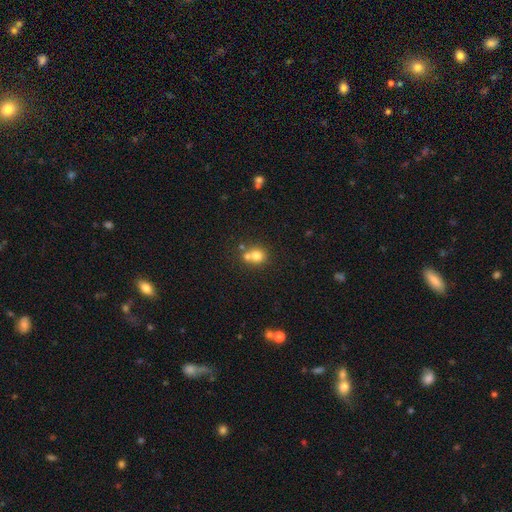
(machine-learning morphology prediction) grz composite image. It shows a smooth galaxy with no disk features (74%) that is round (82%). Merging: none (46%).